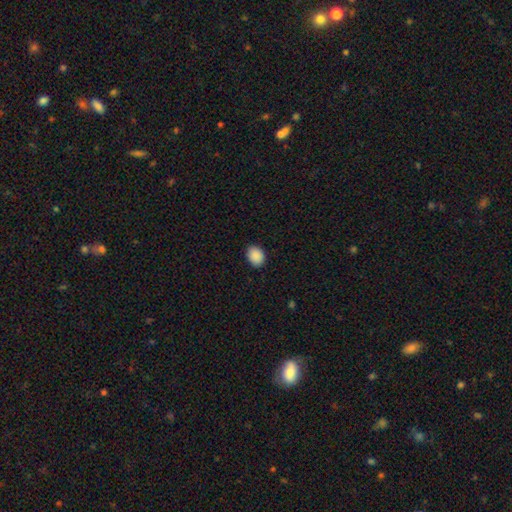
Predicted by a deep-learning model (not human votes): A smooth galaxy with no disk features (90%) that is in between round and cigar-shaped (57%).

Vote fractions:
- Smooth or featured? smooth: 90% / star or artifact: 8% / featured or disk: 2%
- How rounded? in between: 57% / round: 42% / cigar-shaped: 1%
- Merging? none: 88% / minor disturbance: 9% / major disturbance: 2% / merger: 1%